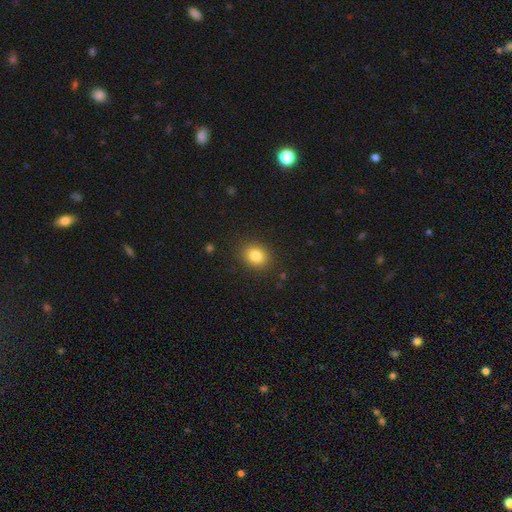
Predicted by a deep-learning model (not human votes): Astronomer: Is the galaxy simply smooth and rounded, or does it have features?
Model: smooth — 83%.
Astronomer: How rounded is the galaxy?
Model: round — 55% (runner-up: in between, 44%).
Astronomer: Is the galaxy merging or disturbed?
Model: none — 87%.